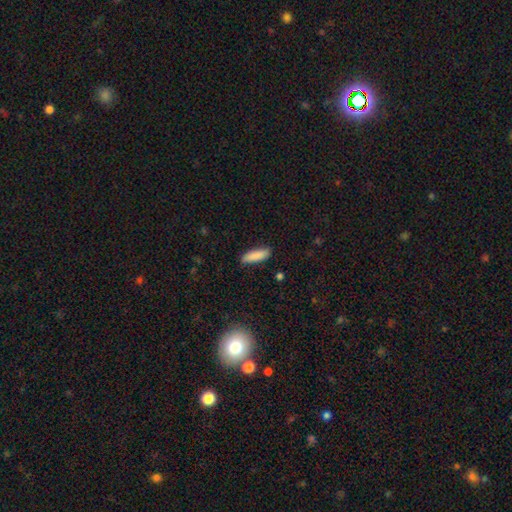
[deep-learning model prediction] smooth-or-featured: smooth: 89% | star or artifact: 6% | featured or disk: 6%
  how-rounded: cigar-shaped: 56% | in between: 42% | round: 2%
  merging: none: 87% | minor disturbance: 10% | major disturbance: 2% | merger: 1%